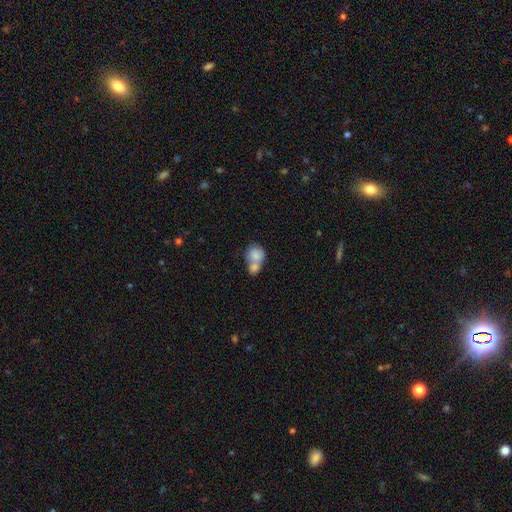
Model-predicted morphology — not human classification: Overall: smooth (79%). How rounded: round (71%). Merging: merger (67%).